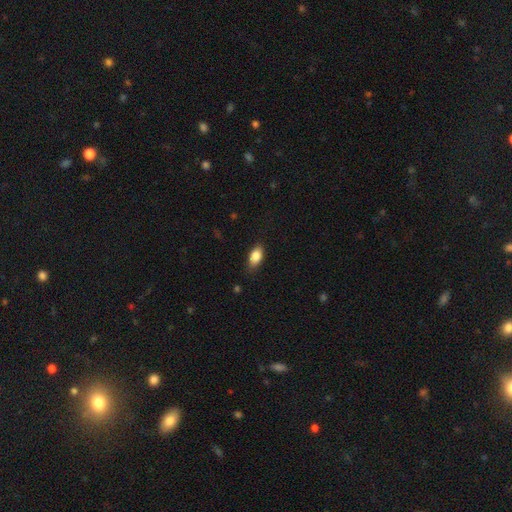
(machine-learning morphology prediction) Smooth or featured: smooth — 84% (featured or disk — 9%)
How rounded: in between — 88% (cigar-shaped — 6%)
Merging: none — 79% (minor disturbance — 17%)